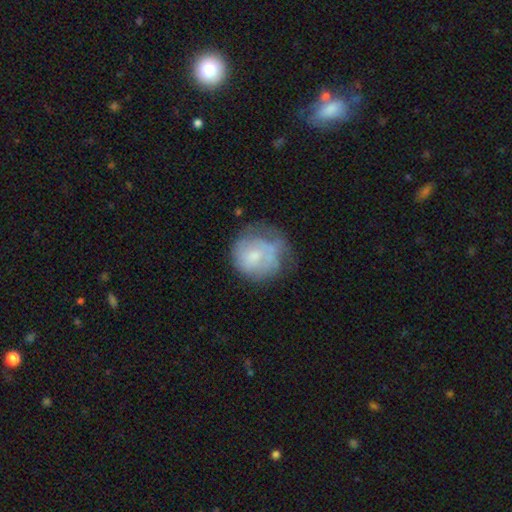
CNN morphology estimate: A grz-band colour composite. It shows a smooth galaxy with no disk features (52%) that is round (81%). Merging: none (41%).